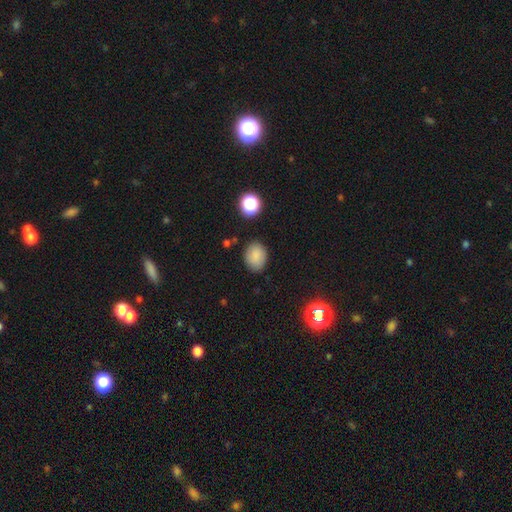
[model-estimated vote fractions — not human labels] Smooth or featured: smooth — 84% (star or artifact — 10%)
How rounded: in between — 60% (round — 39%)
Merging: none — 82% (minor disturbance — 13%)